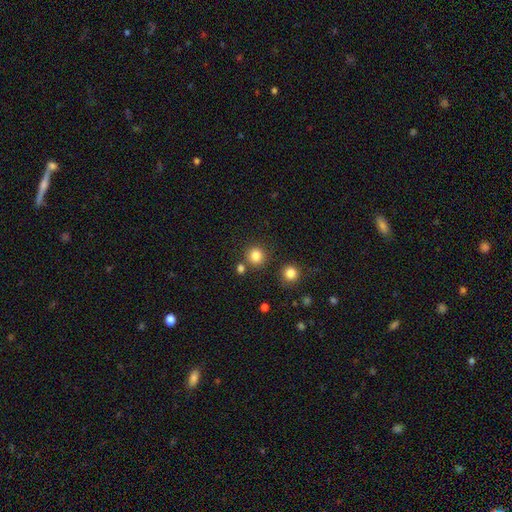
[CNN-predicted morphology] The model was most divided on "smooth or featured": smooth: 83%, star or artifact: 12%, featured or disk: 5%. More confident: how rounded — round (92%); merging — none (81%).